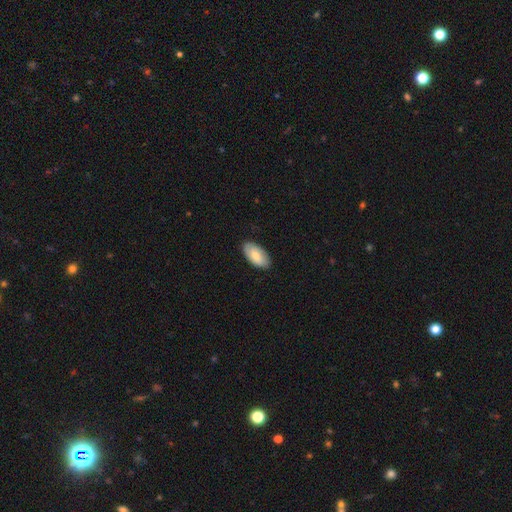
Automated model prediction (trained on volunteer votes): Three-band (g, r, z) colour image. It shows a smooth galaxy with no disk features (73%) that is in between round and cigar-shaped (95%). Merging: none (84%).